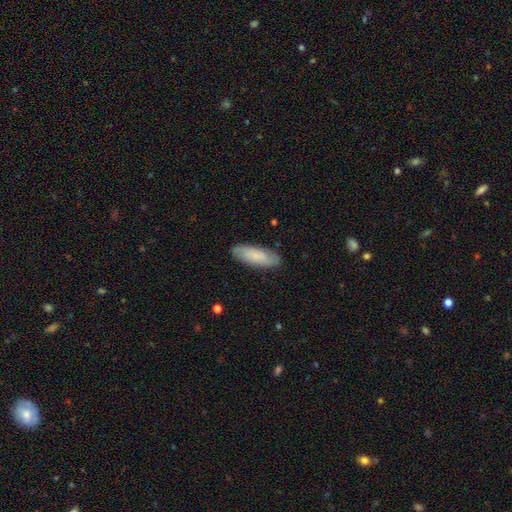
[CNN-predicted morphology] smooth 75%, featured or disk 19%, star or artifact 6%. Down the decision tree: how rounded — in between (59%); merging — none (85%).